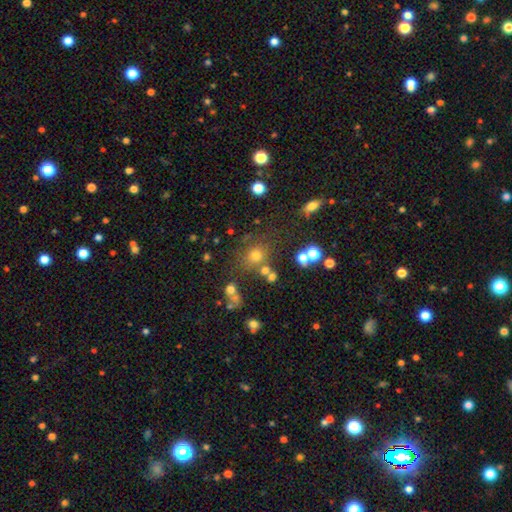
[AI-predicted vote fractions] Smooth or featured? smooth (65%)
How rounded? round (81%)
Merging? none (68%)